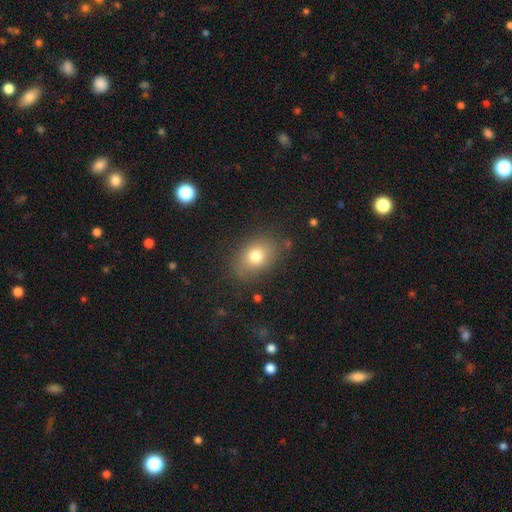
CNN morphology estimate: Smooth or featured? Predicted: smooth (p=0.76). How rounded? Predicted: in between (p=0.71). Merging? Predicted: none (p=0.79).